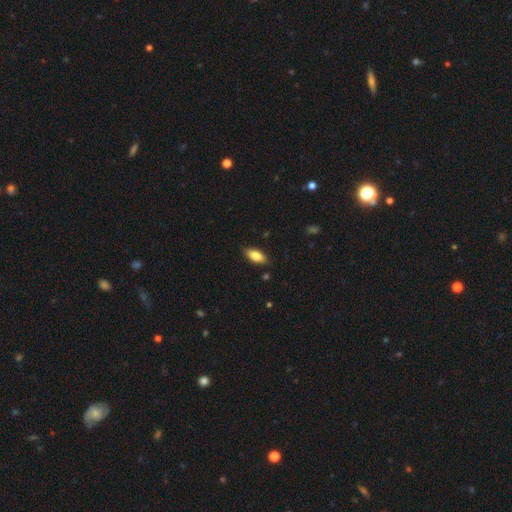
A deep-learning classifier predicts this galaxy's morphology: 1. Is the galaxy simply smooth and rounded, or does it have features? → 81% smooth, 12% featured or disk, 7% star or artifact.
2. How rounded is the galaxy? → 87% in between, 10% cigar-shaped, 3% round.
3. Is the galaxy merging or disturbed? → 84% none, 12% minor disturbance, 2% major disturbance, 1% merger.